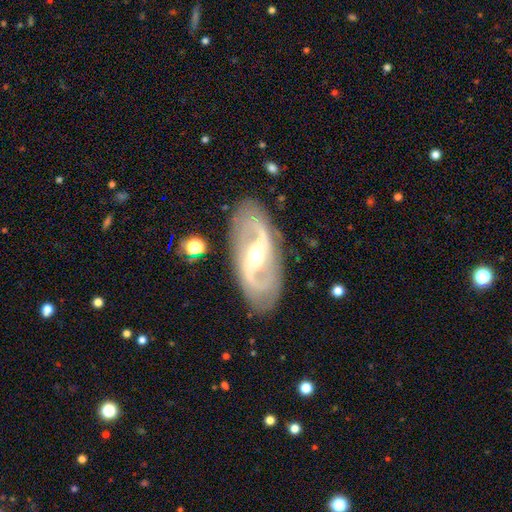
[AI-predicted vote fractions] This appears to be a featured or disk galaxy (86%) with a strong bar (44%), 2 (89%) medium (46%) spiral arms (88%) and a moderate central bulge (66%). Merging: none (84%).